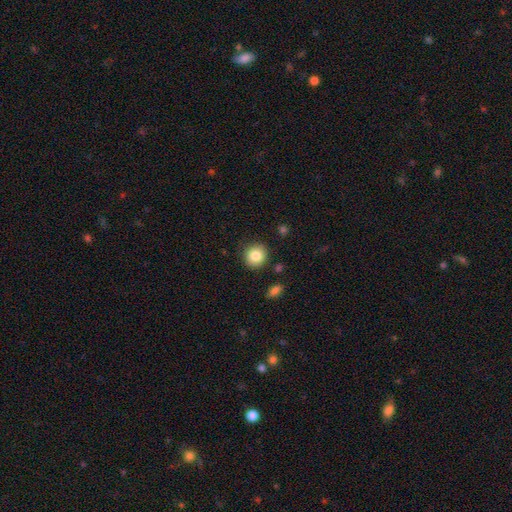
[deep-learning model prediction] Morphology: type=smooth (83%); roundness=round (88%); merging=none (87%).